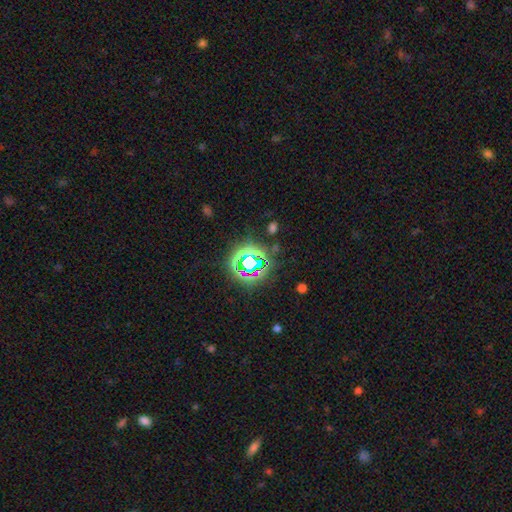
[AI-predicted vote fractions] Smooth or featured? star or artifact (77%)